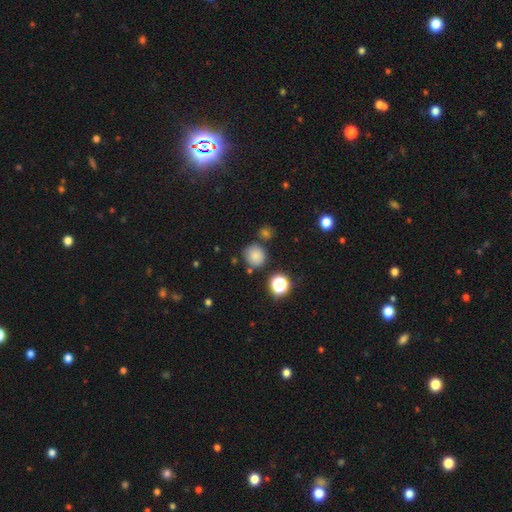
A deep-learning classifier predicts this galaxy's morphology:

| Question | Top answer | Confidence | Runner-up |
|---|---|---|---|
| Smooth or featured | smooth | 79% | star or artifact (15%) |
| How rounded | round | 90% | in between (9%) |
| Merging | none | 77% | minor disturbance (11%) |